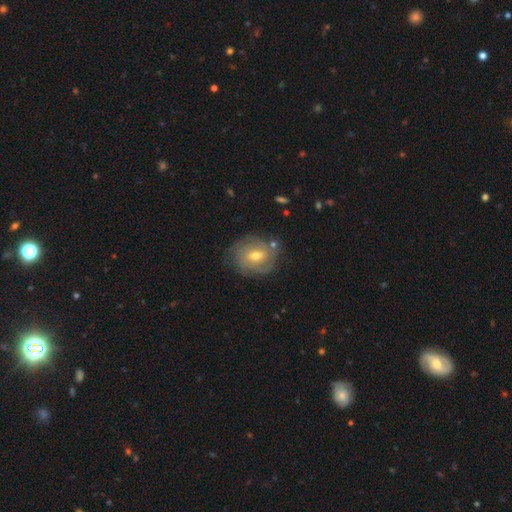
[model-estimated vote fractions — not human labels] Morphology: type=featured or disk (71%); edge-on=no (97%); bar=weak (48%); spiral arms=yes (87%); winding=tight (64%); arm count=can't tell (35%); bulge=moderate (67%); merging=none (75%).